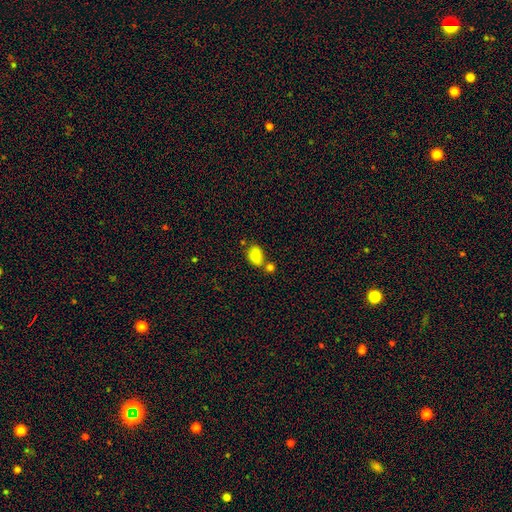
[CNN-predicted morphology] A smooth galaxy with no disk features (85%) that is in between round and cigar-shaped (84%). Merging: none (55%).